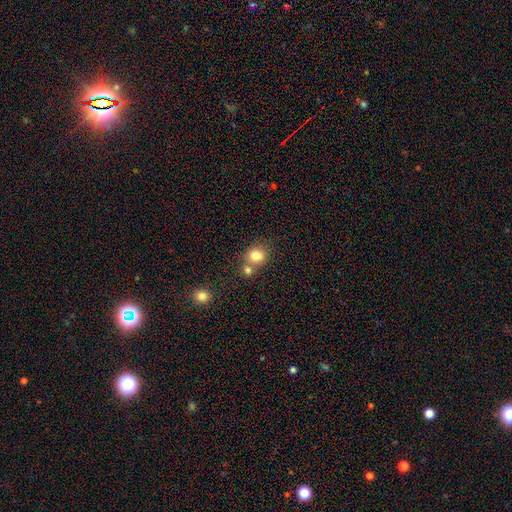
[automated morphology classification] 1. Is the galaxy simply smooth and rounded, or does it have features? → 80% smooth, 11% star or artifact, 9% featured or disk.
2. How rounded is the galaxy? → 71% round, 28% in between, 1% cigar-shaped.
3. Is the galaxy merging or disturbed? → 49% none, 38% merger, 10% minor disturbance, 3% major disturbance.